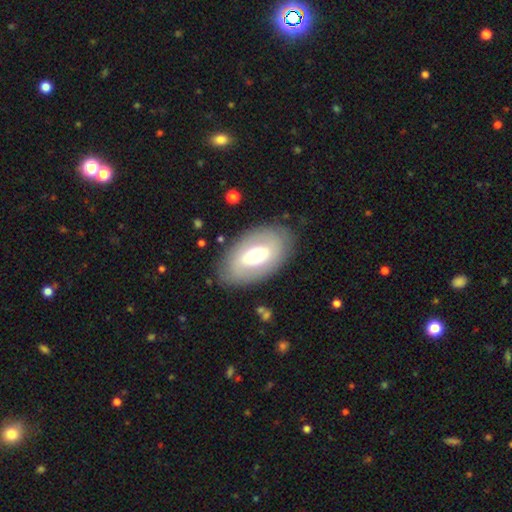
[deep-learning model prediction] Overall: featured or disk (50%; smooth 44%). Merging: none (82%).